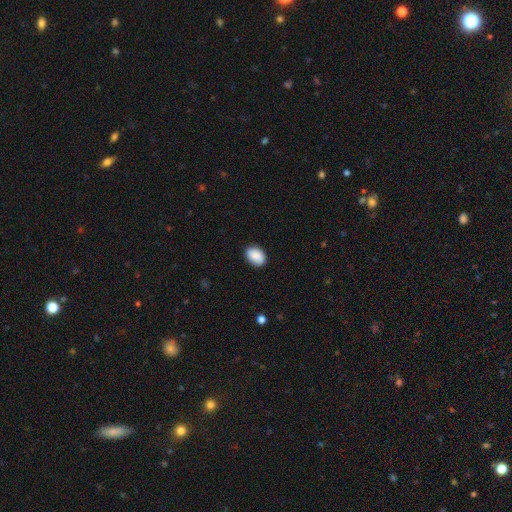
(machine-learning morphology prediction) smooth 89%, star or artifact 7%, featured or disk 5%. Down the decision tree: how rounded — in between (81%); merging — none (87%).